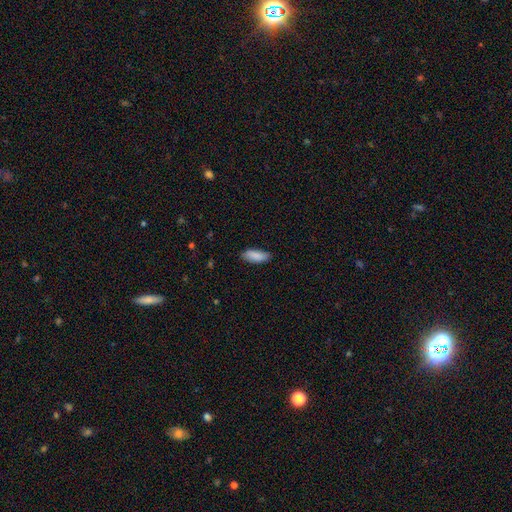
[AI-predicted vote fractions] This is clearly a smooth galaxy (88%). How rounded: likely in between (74%). Merging: clearly none (85%).